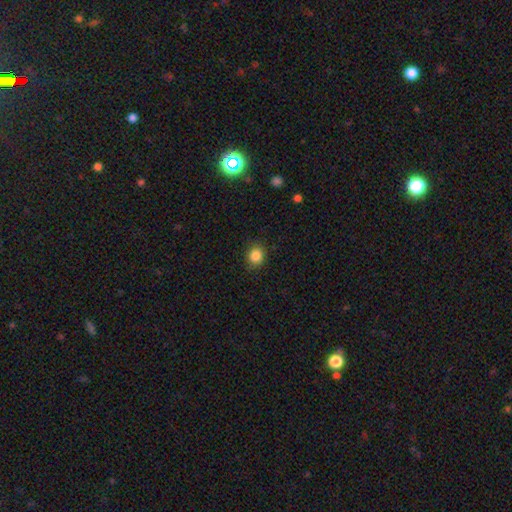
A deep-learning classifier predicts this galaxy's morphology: Smooth or featured? smooth (86%)
How rounded? round (78%)
Merging? none (86%)